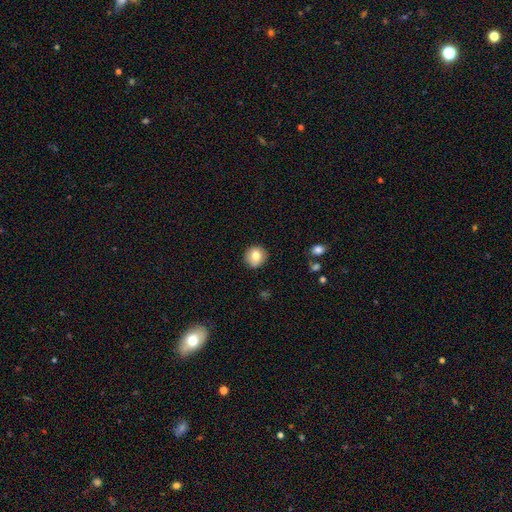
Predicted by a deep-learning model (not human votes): Smooth or featured: smooth — 79% (featured or disk — 12%)
How rounded: round — 90% (in between — 9%)
Merging: none — 89% (minor disturbance — 8%)